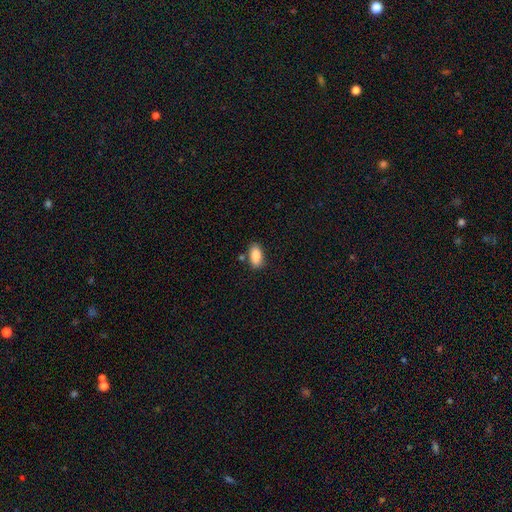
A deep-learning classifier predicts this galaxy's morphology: Smooth or featured? Predicted: smooth (p=0.89). How rounded? Predicted: in between (p=0.91). Merging? Predicted: none (p=0.77).